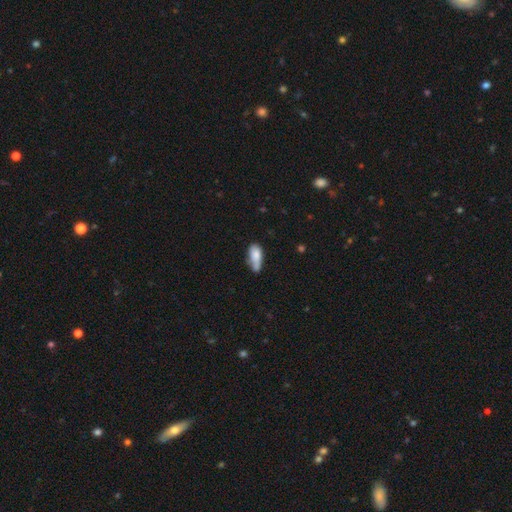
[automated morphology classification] A smooth galaxy with no disk features (78%) that is in between round and cigar-shaped (82%). Merging: none (40%).